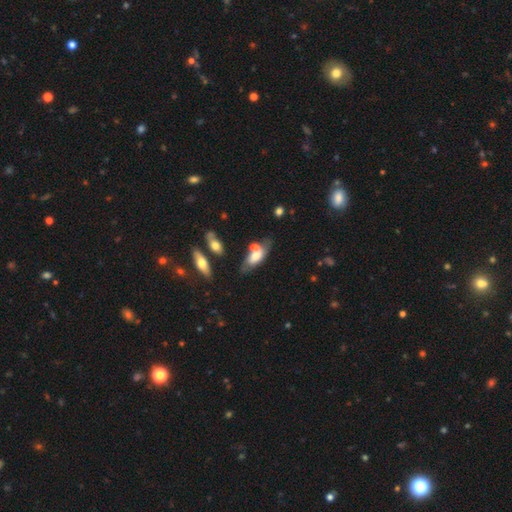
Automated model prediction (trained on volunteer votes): smooth-or-featured: smooth: 59% | featured or disk: 33% | star or artifact: 8%
  how-rounded: in between: 76% | cigar-shaped: 20% | round: 4%
  merging: none: 45% | merger: 28% | minor disturbance: 19% | major disturbance: 8%